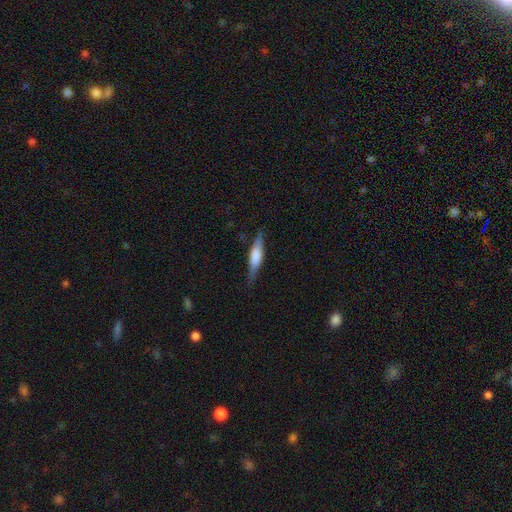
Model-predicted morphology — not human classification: Smooth or featured? smooth (55%)
How rounded? cigar-shaped (76%)
Merging? none (82%)